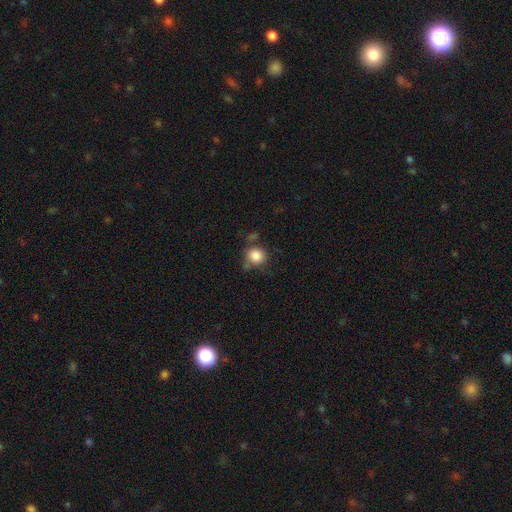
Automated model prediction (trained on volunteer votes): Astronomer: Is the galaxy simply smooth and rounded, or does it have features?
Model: smooth — 85%.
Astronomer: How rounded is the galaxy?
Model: round — 85%.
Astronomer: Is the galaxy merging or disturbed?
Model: none — 66%.